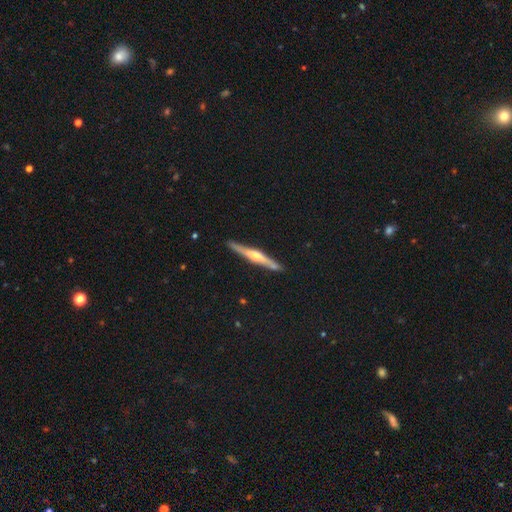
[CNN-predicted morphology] Overall: featured or disk (75%). Edge-on disk: yes (97%). Edge-on bulge: rounded (83%). Merging: none (88%).